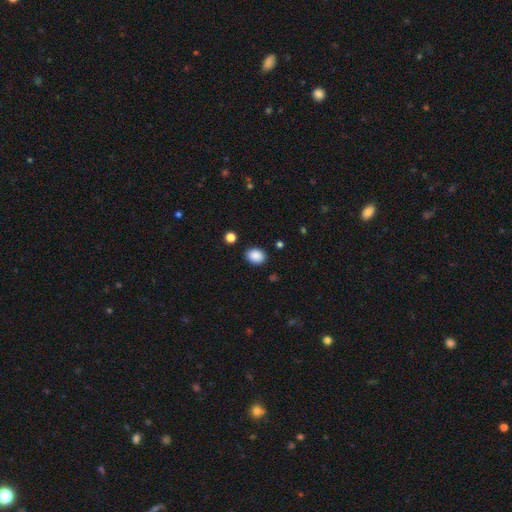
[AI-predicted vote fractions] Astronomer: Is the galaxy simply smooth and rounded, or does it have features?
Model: smooth — 88%.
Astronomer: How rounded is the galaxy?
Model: in between — 62% (runner-up: round, 37%).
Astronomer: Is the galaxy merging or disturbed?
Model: none — 86%.